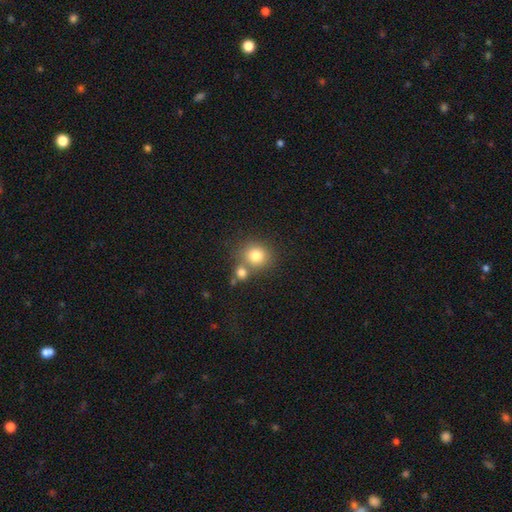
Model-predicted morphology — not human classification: The model was most divided on "merging": none: 60%, merger: 28%, minor disturbance: 9%, major disturbance: 3%. More confident: how rounded — round (85%); smooth or featured — smooth (79%).